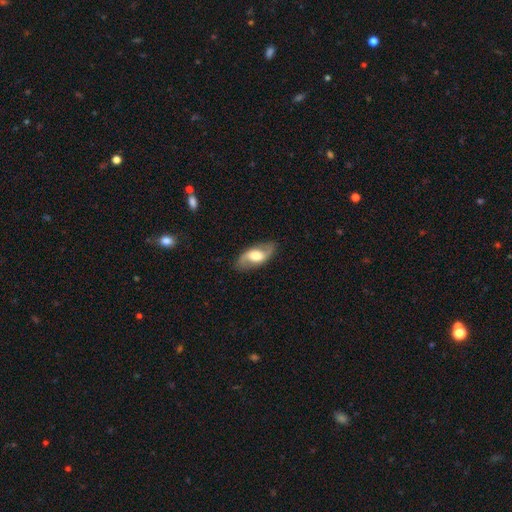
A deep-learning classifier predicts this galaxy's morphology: Smooth or featured: featured or disk — 65% (smooth — 29%)
Edge-on disk: no — 89% (yes — 11%)
Bar: no — 42% (weak — 41%)
Spiral arms: yes — 84% (no — 16%)
Bulge size: moderate — 50% (large — 36%)
Merging: none — 84% (minor disturbance — 11%)